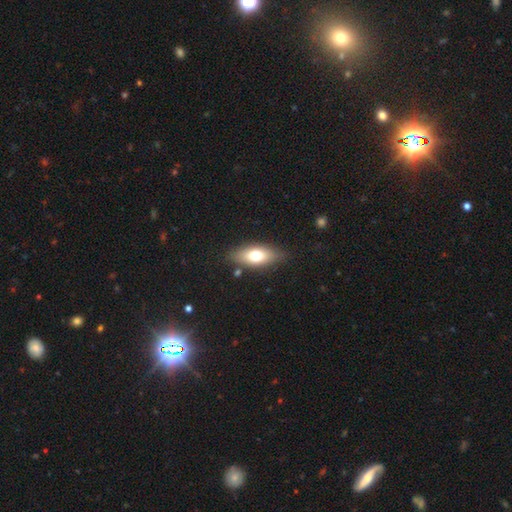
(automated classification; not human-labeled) The model was most divided on "smooth or featured": smooth: 68%, featured or disk: 25%, star or artifact: 7%. More confident: merging — none (81%); how rounded — in between (80%).